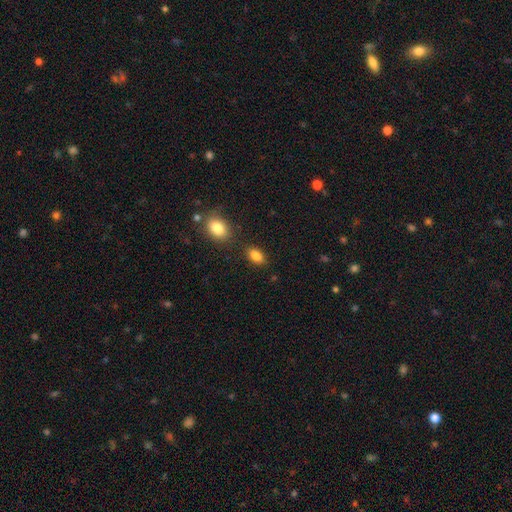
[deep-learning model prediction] Morphology: type=smooth (86%); roundness=in between (90%); merging=none (81%).